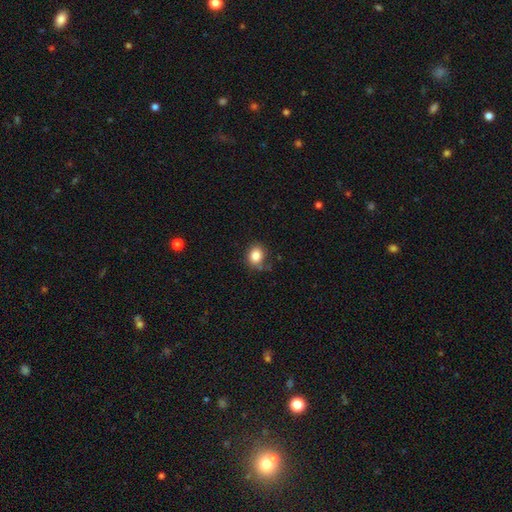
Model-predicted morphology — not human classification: Smooth or featured? Predicted: smooth (p=0.84). How rounded? Predicted: round (p=0.65). Merging? Predicted: none (p=0.71).